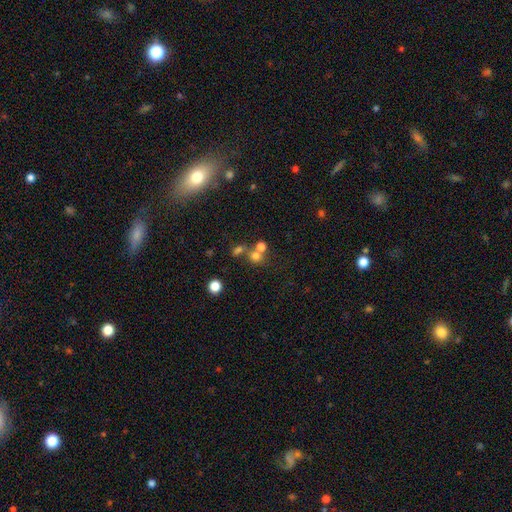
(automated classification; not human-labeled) This is likely a smooth galaxy (67%). How rounded: clearly round (83%). Merging: possibly none (47%).